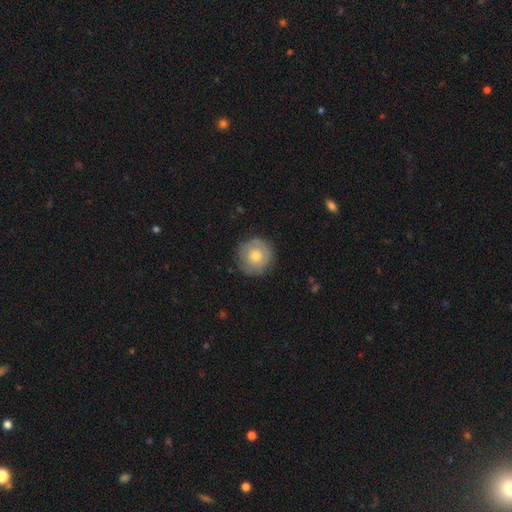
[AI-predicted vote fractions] The model was most divided on "smooth or featured": smooth: 57%, featured or disk: 35%, star or artifact: 7%. More confident: how rounded — round (95%); merging — none (84%).